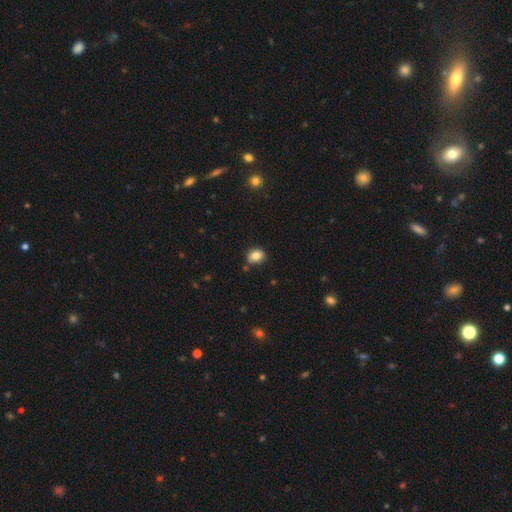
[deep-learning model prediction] Smooth or featured?
  - smooth: 84% *
  - star or artifact: 10%
  - featured or disk: 6%
How rounded?
  - in between: 53% *
  - round: 46%
  - cigar-shaped: 1%
Merging?
  - none: 81% *
  - minor disturbance: 12%
  - merger: 4%
  - major disturbance: 2%